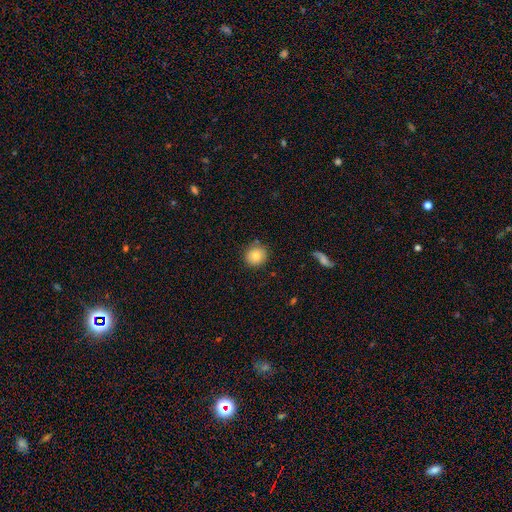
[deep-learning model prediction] smooth 82%, star or artifact 9%, featured or disk 9%. Down the decision tree: how rounded — round (89%); merging — none (84%).